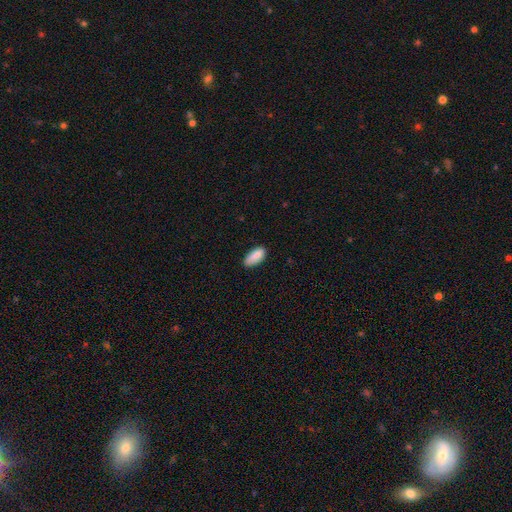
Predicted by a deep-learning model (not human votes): Smooth or featured: smooth — 87% (featured or disk — 7%)
How rounded: in between — 89% (cigar-shaped — 9%)
Merging: none — 71% (minor disturbance — 25%)